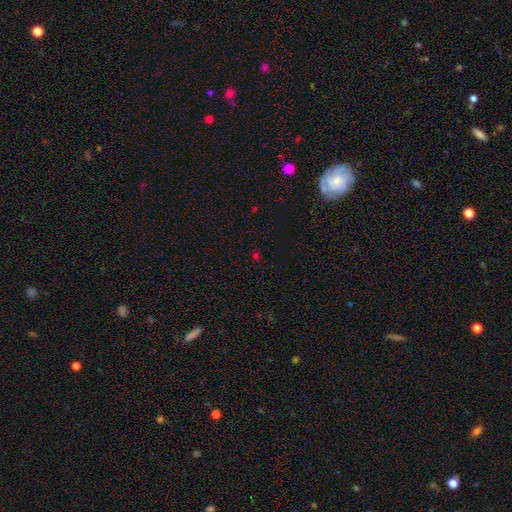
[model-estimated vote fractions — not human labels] A star or artifact, not a galaxy (56%).

Vote fractions:
- Smooth or featured? star or artifact: 56% / smooth: 37% / featured or disk: 7%